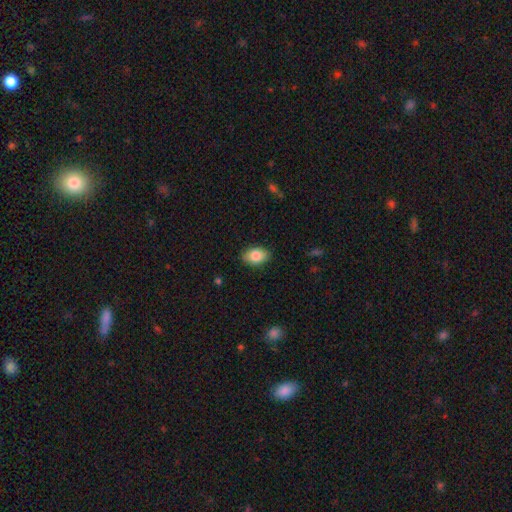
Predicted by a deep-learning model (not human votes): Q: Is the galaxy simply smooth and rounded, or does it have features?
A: smooth — 85%.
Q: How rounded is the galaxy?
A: in between — 86%.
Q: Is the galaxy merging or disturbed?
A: none — 86%.